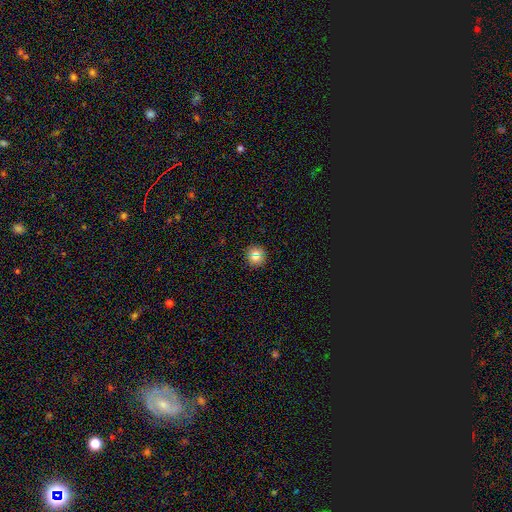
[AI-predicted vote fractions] Smooth or featured: smooth — 72% (star or artifact — 18%)
How rounded: round — 94% (in between — 5%)
Merging: none — 88% (minor disturbance — 6%)